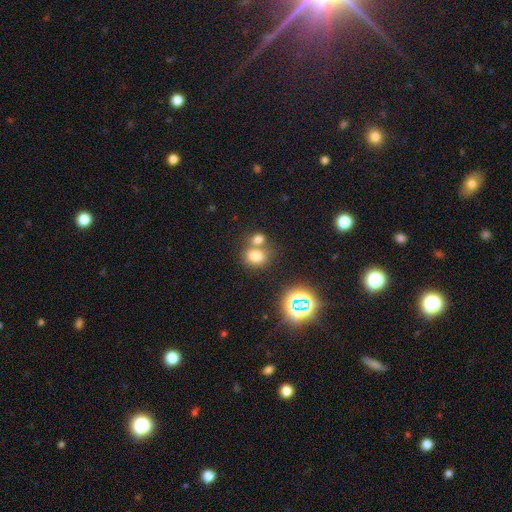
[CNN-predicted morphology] A smooth galaxy with no disk features (74%) that is round (54%).

Vote fractions:
- Smooth or featured? smooth: 74% / star or artifact: 17% / featured or disk: 9%
- How rounded? round: 54% / in between: 45% / cigar-shaped: 1%
- Merging? none: 47% / merger: 40% / minor disturbance: 9% / major disturbance: 4%